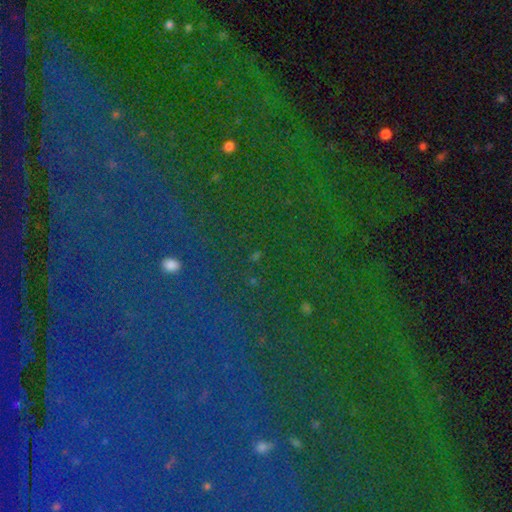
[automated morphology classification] A star or artifact, not a galaxy (81%).

Vote fractions:
- Smooth or featured? star or artifact: 81% / smooth: 11% / featured or disk: 8%